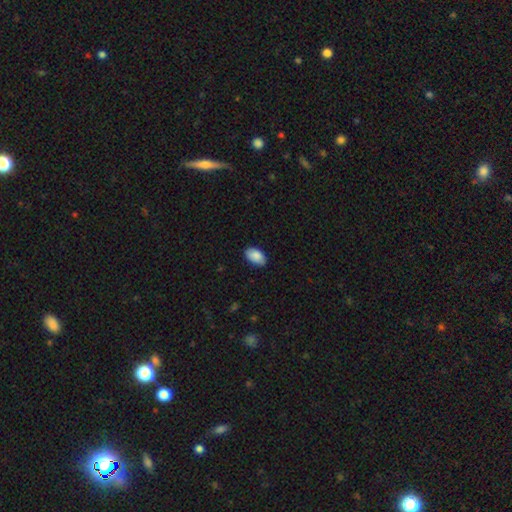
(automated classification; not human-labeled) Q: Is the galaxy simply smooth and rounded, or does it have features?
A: smooth — 88%.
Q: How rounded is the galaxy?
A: in between — 94%.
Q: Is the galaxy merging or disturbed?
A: none — 84%.